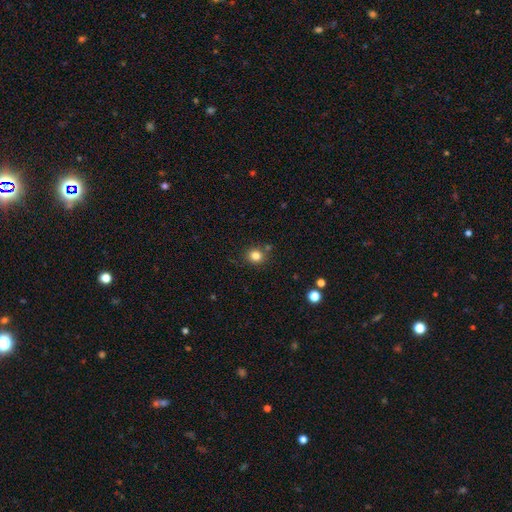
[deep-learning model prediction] Smooth or featured?
  - smooth: 81% *
  - star or artifact: 12%
  - featured or disk: 6%
How rounded?
  - round: 83% *
  - in between: 16%
  - cigar-shaped: 1%
Merging?
  - none: 80% *
  - minor disturbance: 10%
  - merger: 6%
  - major disturbance: 3%